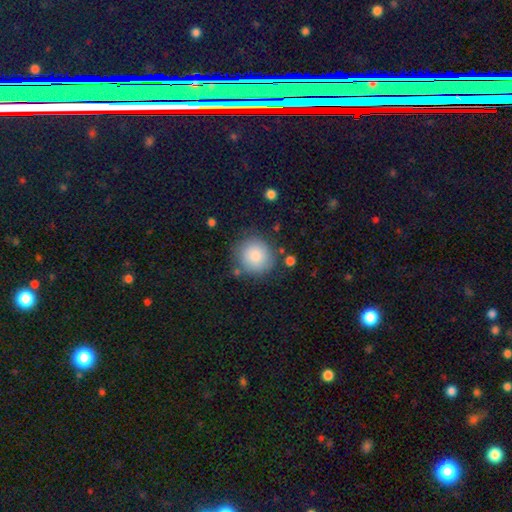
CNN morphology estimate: Overall: smooth (83%). How rounded: round (90%). Merging: none (81%).